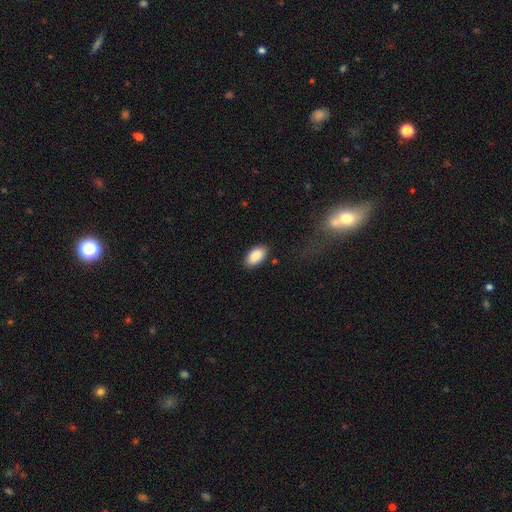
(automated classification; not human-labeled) Q: Smooth or featured?
A: smooth (89%); runner-up: star or artifact (6%)
Q: How rounded?
A: in between (95%); runner-up: round (3%)
Q: Merging?
A: none (87%); runner-up: minor disturbance (10%)